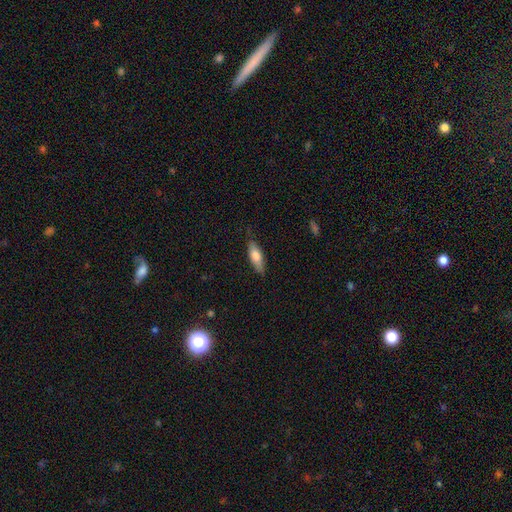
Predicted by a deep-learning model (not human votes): Smooth or featured? smooth (74%)
How rounded? in between (61%)
Merging? none (78%)